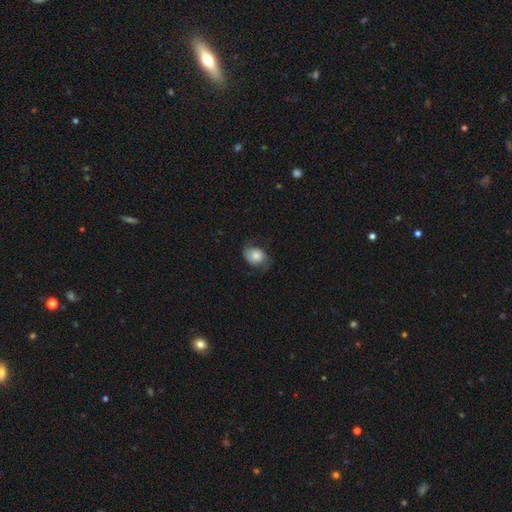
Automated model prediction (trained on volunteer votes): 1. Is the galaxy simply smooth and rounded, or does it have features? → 62% smooth, 29% featured or disk, 8% star or artifact.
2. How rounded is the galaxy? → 59% in between, 40% round, 1% cigar-shaped.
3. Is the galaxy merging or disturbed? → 61% none, 25% minor disturbance, 12% major disturbance, 1% merger.